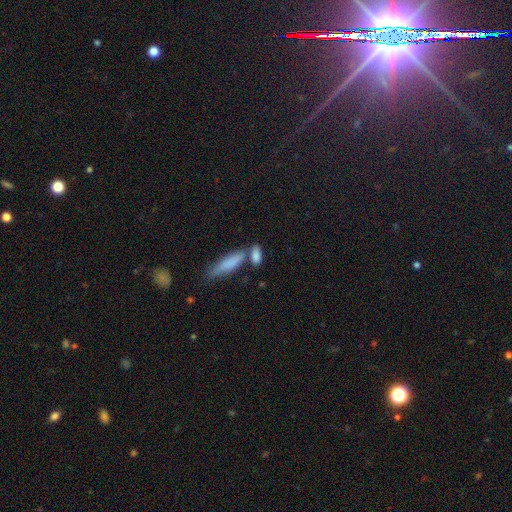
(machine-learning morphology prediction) smooth_or_featured: smooth (p=0.81) [alt: featured or disk p=0.12]
how_rounded: in between (p=0.59) [alt: cigar-shaped p=0.37]
merging: none (p=0.48) [alt: merger p=0.33]